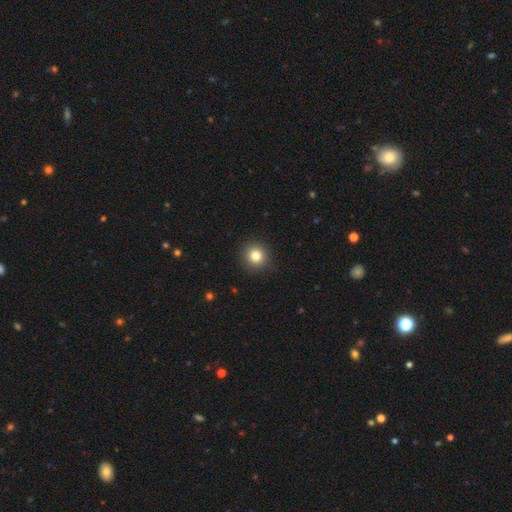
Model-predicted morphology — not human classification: Smooth or featured: smooth — 81% (star or artifact — 11%)
How rounded: round — 93% (in between — 6%)
Merging: none — 91% (minor disturbance — 6%)